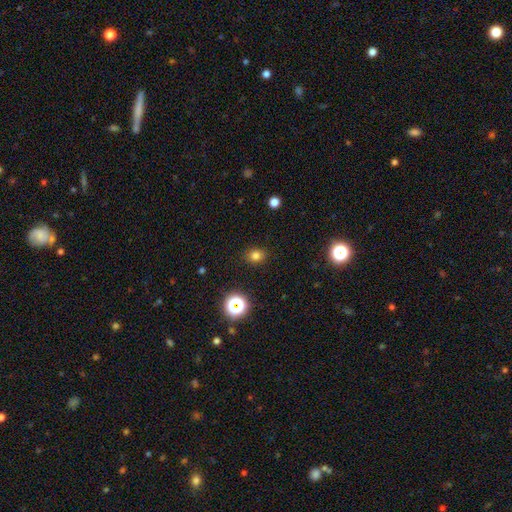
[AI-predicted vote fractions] A smooth galaxy with no disk features (76%) that is round (64%).

Vote fractions:
- Smooth or featured? smooth: 76% / star or artifact: 18% / featured or disk: 6%
- How rounded? round: 64% / in between: 35% / cigar-shaped: 1%
- Merging? none: 88% / minor disturbance: 8% / major disturbance: 3% / merger: 1%